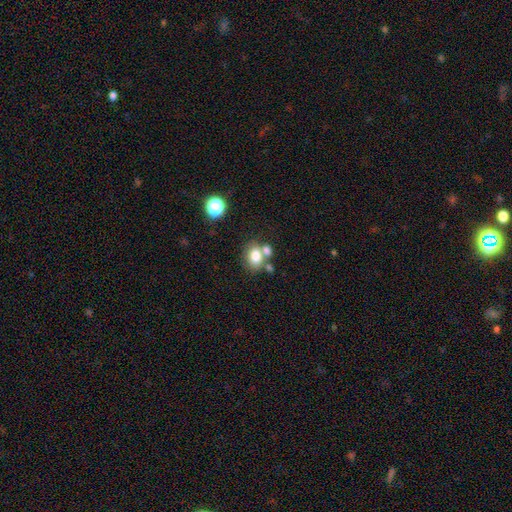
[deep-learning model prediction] Overall: smooth (77%). How rounded: in between (59%; round 39%). Merging: none (47%; merger 34%).